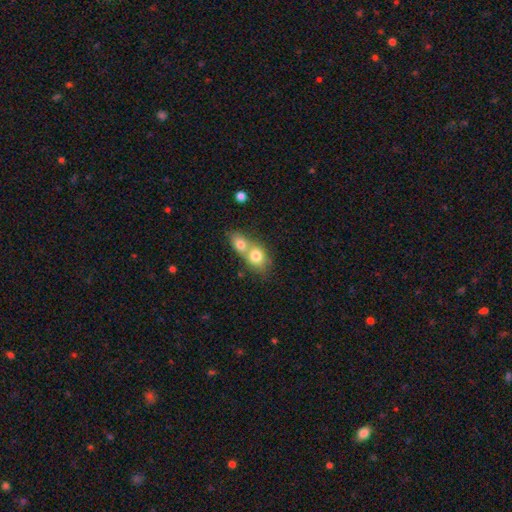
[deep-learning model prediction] smooth_or_featured: smooth (p=0.75) [alt: featured or disk p=0.17]
how_rounded: in between (p=0.50) [alt: round p=0.47]
merging: merger (p=0.73) [alt: none p=0.19]